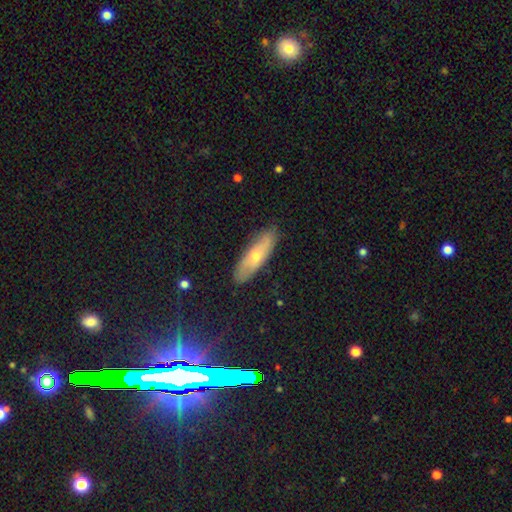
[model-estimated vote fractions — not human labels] Q: Smooth or featured?
A: smooth (51%); runner-up: featured or disk (42%)
Q: How rounded?
A: cigar-shaped (56%); runner-up: in between (42%)
Q: Merging?
A: none (84%); runner-up: minor disturbance (12%)